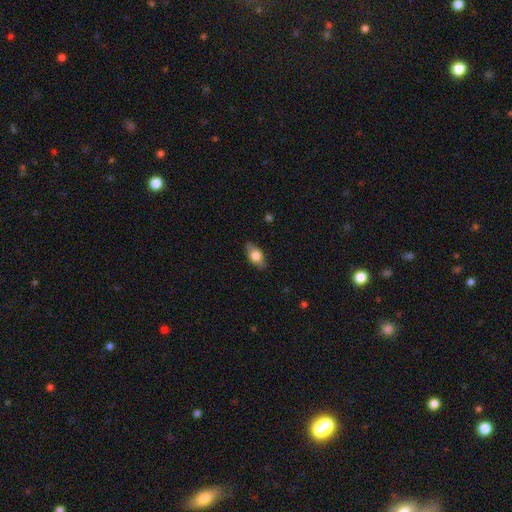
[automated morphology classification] smooth 69%, featured or disk 25%, star or artifact 7%. Down the decision tree: how rounded — in between (86%); merging — none (84%).